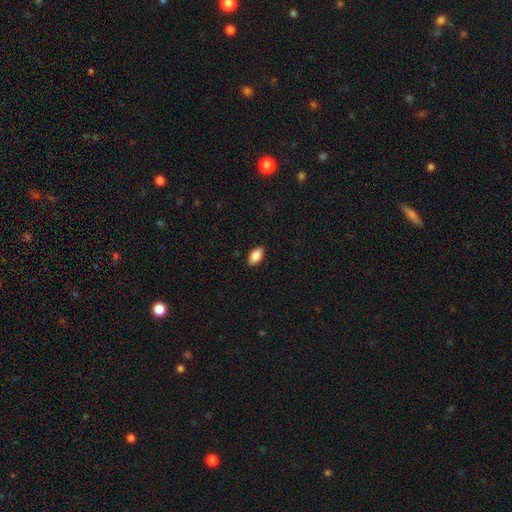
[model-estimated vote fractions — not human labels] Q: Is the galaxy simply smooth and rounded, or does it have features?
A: smooth — 87%.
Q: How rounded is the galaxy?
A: in between — 93%.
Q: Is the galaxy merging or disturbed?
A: none — 87%.